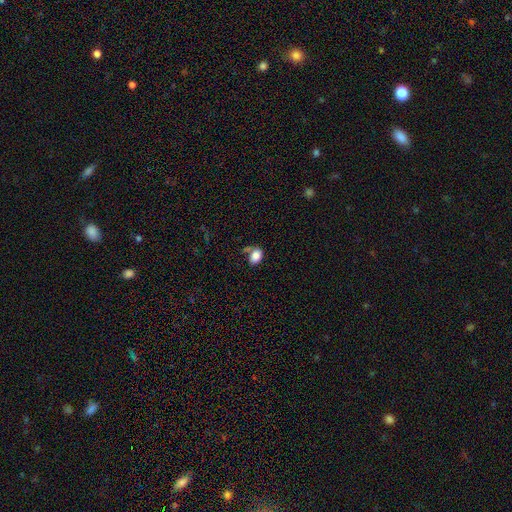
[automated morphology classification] smooth_or_featured: smooth (p=0.84) [alt: star or artifact p=0.09]
how_rounded: in between (p=0.78) [alt: round p=0.21]
merging: none (p=0.57) [alt: minor disturbance p=0.19]